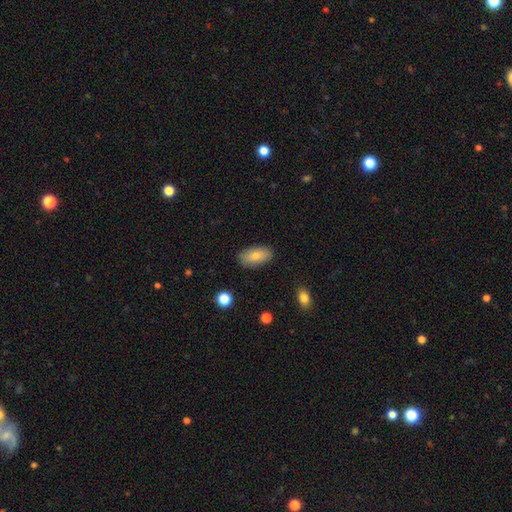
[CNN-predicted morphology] Smooth or featured? smooth (78%)
How rounded? in between (92%)
Merging? none (86%)